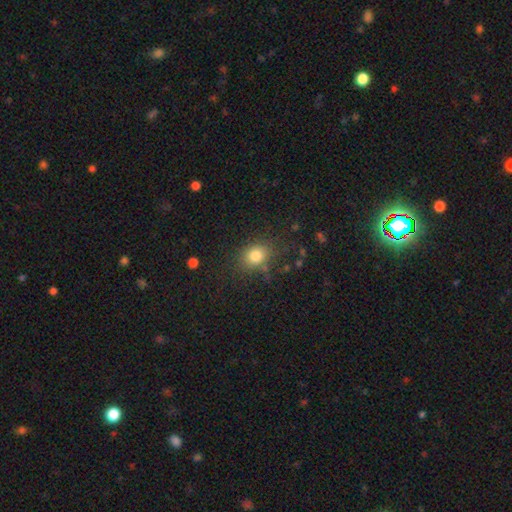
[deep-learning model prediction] Smooth or featured?
  - smooth: 80% *
  - star or artifact: 12%
  - featured or disk: 8%
How rounded?
  - round: 53% *
  - in between: 46%
  - cigar-shaped: 1%
Merging?
  - none: 78% *
  - minor disturbance: 14%
  - major disturbance: 5%
  - merger: 3%